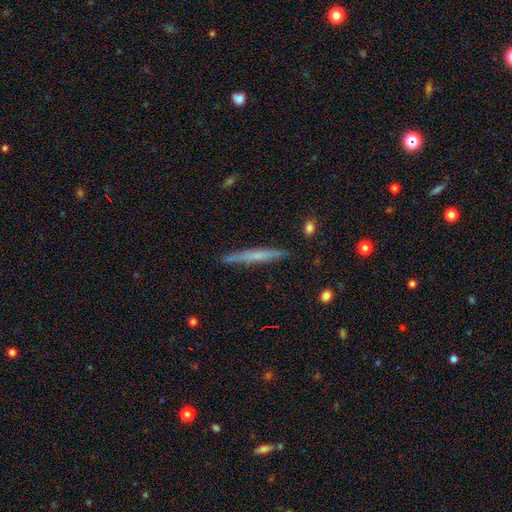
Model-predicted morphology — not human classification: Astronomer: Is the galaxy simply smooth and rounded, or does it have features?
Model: featured or disk — 48% (runner-up: smooth, 45%).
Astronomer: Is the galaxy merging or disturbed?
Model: none — 89%.